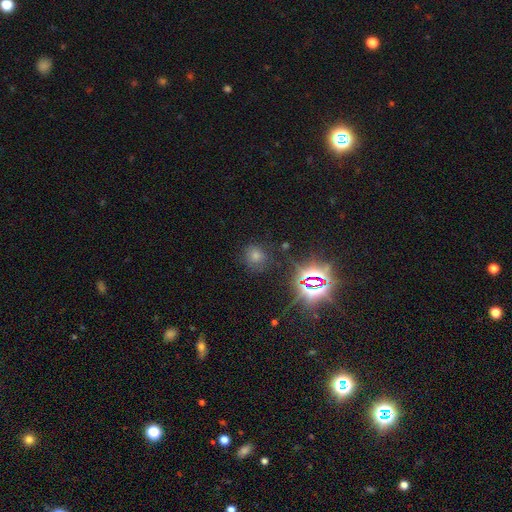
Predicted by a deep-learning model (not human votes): Smooth or featured: star or artifact — 48% (smooth — 41%)